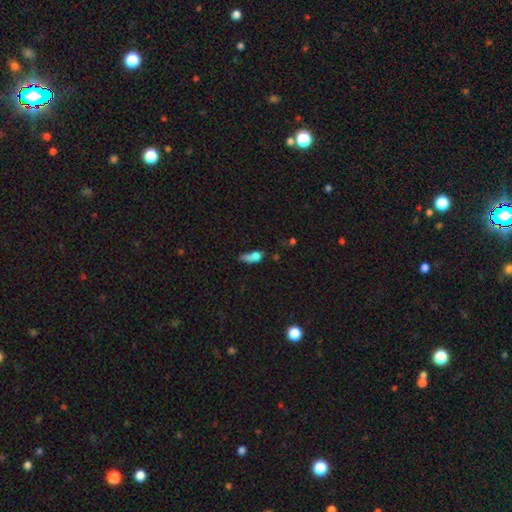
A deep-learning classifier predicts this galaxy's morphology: smooth 66%, featured or disk 21%, star or artifact 13%. Down the decision tree: how rounded — in between (62%); merging — major disturbance (27%).